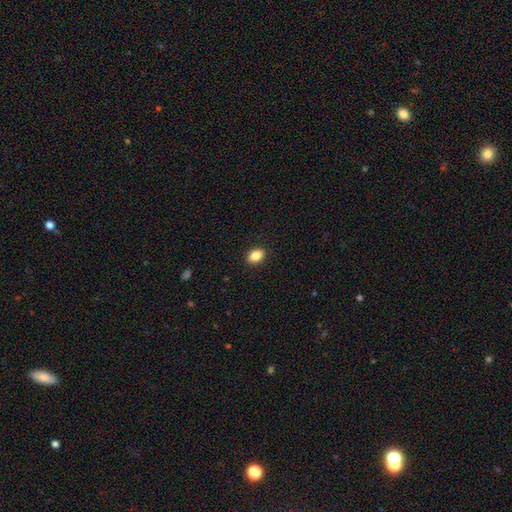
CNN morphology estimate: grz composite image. It shows a smooth galaxy with no disk features (87%) that is in between round and cigar-shaped (81%). Merging: none (90%).